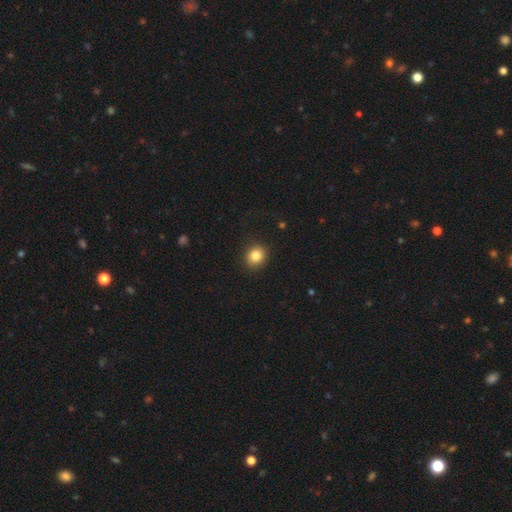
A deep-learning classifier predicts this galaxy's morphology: The model was most divided on "how rounded": round: 78%, in between: 21%, cigar-shaped: 1%. More confident: merging — none (90%); smooth or featured — smooth (84%).